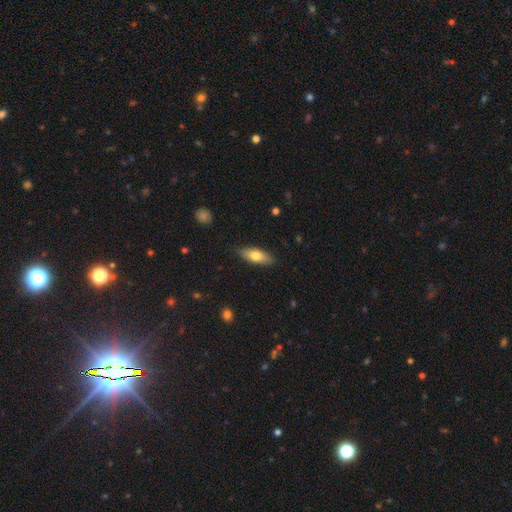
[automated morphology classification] Smooth or featured? smooth (71%)
How rounded? in between (70%)
Merging? none (85%)